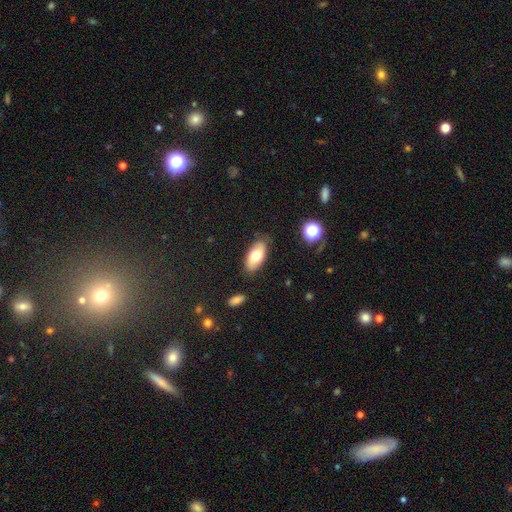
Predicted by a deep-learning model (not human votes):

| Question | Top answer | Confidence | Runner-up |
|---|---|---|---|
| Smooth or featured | smooth | 72% | featured or disk (22%) |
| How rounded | in between | 91% | cigar-shaped (6%) |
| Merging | none | 82% | minor disturbance (14%) |